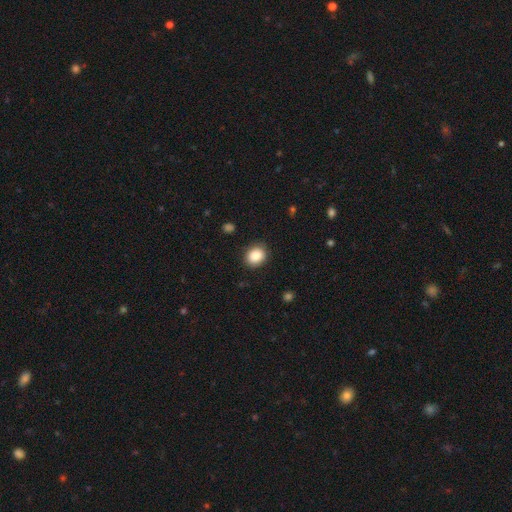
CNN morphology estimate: Smooth or featured?
  - smooth: 87% *
  - star or artifact: 8%
  - featured or disk: 5%
How rounded?
  - round: 58% *
  - in between: 41%
  - cigar-shaped: 1%
Merging?
  - none: 87% *
  - minor disturbance: 10%
  - major disturbance: 3%
  - merger: 1%